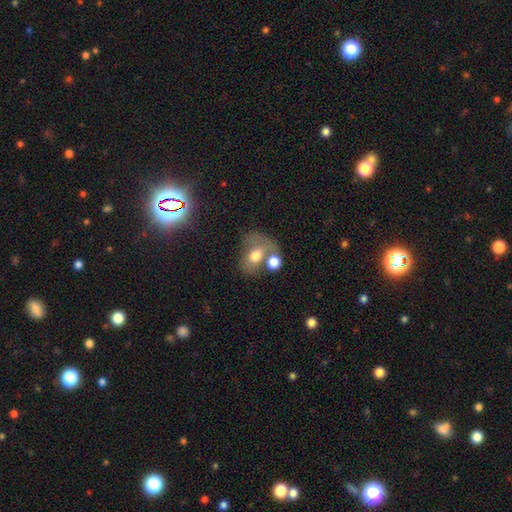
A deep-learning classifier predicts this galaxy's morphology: smooth_or_featured: smooth (p=0.68) [alt: featured or disk p=0.22]
how_rounded: in between (p=0.69) [alt: round p=0.30]
merging: merger (p=0.42) [alt: none p=0.28]